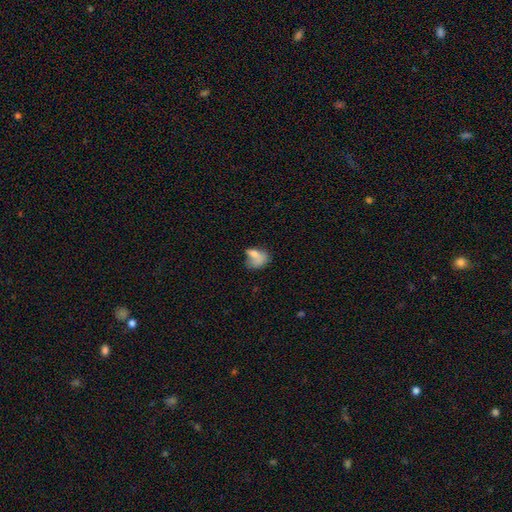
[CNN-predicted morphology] smooth-or-featured: smooth: 71% | featured or disk: 18% | star or artifact: 11%
  how-rounded: in between: 69% | round: 29% | cigar-shaped: 2%
  merging: none: 29% | major disturbance: 25% | minor disturbance: 25% | merger: 21%